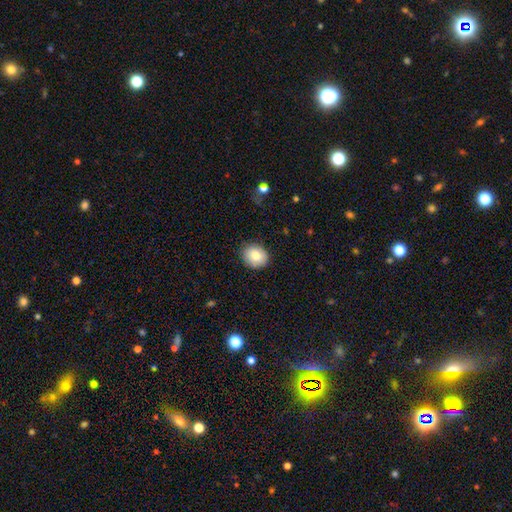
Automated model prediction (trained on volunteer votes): Q: Smooth or featured?
A: smooth (81%); runner-up: featured or disk (11%)
Q: How rounded?
A: round (60%); runner-up: in between (39%)
Q: Merging?
A: none (84%); runner-up: minor disturbance (12%)